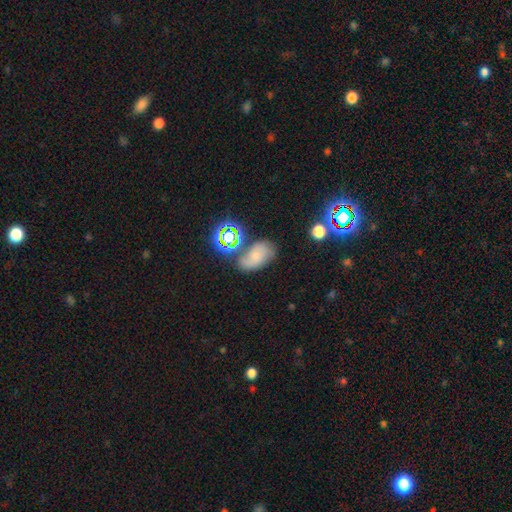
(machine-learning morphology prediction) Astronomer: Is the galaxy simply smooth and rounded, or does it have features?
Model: smooth — 51% (runner-up: featured or disk, 27%).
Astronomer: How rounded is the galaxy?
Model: in between — 84%.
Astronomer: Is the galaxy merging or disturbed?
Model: none — 55%.